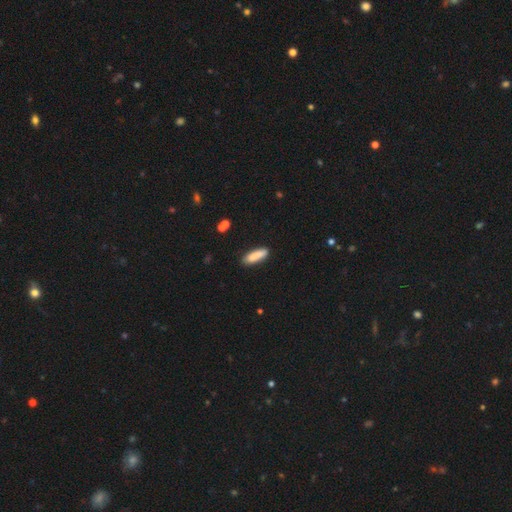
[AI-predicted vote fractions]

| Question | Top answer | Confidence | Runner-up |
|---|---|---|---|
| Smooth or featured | smooth | 86% | featured or disk (7%) |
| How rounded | cigar-shaped | 62% | in between (36%) |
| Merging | none | 85% | minor disturbance (11%) |